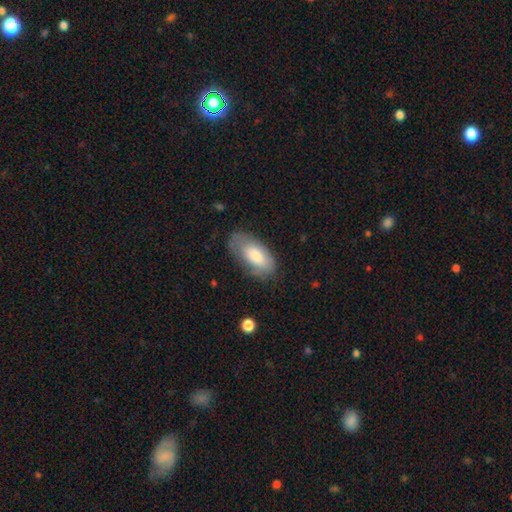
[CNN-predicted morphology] smooth_or_featured: smooth (p=0.73) [alt: featured or disk p=0.21]
how_rounded: in between (p=0.92) [alt: cigar-shaped p=0.05]
merging: none (p=0.65) [alt: minor disturbance p=0.25]